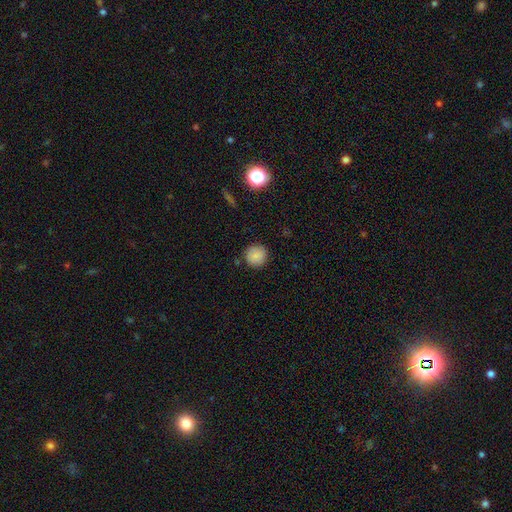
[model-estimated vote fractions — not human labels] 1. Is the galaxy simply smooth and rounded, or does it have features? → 85% smooth, 10% star or artifact, 5% featured or disk.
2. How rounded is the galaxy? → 94% round, 5% in between, 1% cigar-shaped.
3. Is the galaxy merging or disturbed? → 86% none, 9% minor disturbance, 2% major disturbance, 2% merger.